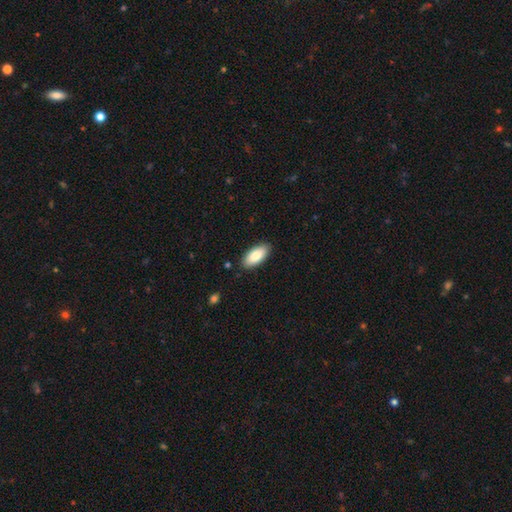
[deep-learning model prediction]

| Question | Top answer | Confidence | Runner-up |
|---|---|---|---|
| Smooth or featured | smooth | 86% | featured or disk (8%) |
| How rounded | in between | 91% | cigar-shaped (8%) |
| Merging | none | 89% | minor disturbance (8%) |